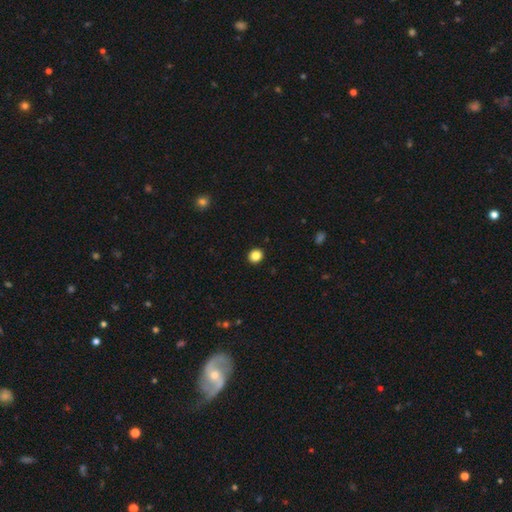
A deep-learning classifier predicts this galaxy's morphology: Smooth or featured?
  - smooth: 85% *
  - star or artifact: 11%
  - featured or disk: 4%
How rounded?
  - round: 85% *
  - in between: 15%
  - cigar-shaped: 1%
Merging?
  - none: 93% *
  - minor disturbance: 4%
  - major disturbance: 1%
  - merger: 1%